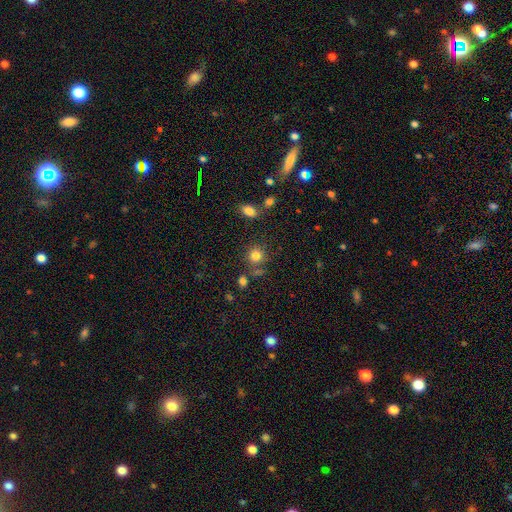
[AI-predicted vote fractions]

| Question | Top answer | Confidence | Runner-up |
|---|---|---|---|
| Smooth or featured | smooth | 81% | star or artifact (12%) |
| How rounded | round | 87% | in between (12%) |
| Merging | none | 74% | minor disturbance (11%) |